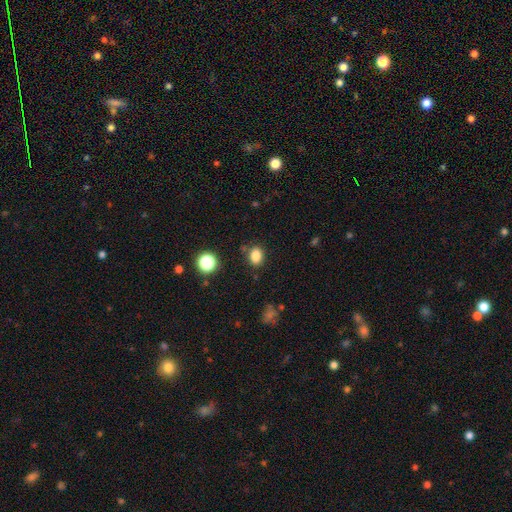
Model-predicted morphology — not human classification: Smooth or featured: smooth — 83% (star or artifact — 12%)
How rounded: in between — 65% (round — 34%)
Merging: none — 81% (minor disturbance — 12%)